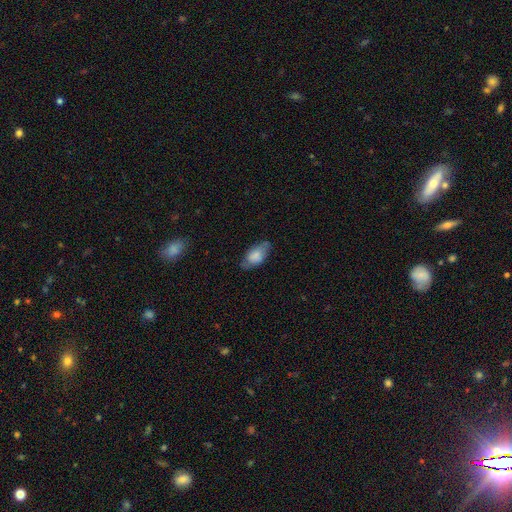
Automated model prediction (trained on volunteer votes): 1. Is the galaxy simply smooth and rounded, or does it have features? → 75% smooth, 18% featured or disk, 7% star or artifact.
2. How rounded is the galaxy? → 90% in between, 5% cigar-shaped, 4% round.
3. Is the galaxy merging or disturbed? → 64% none, 26% minor disturbance, 8% major disturbance, 2% merger.